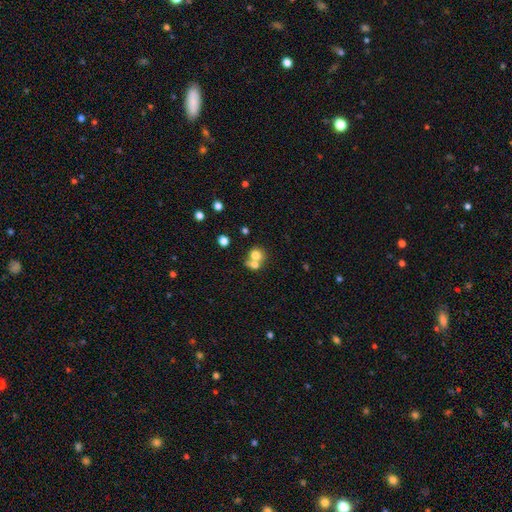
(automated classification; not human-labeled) Smooth or featured? smooth (73%)
How rounded? round (76%)
Merging? merger (60%)